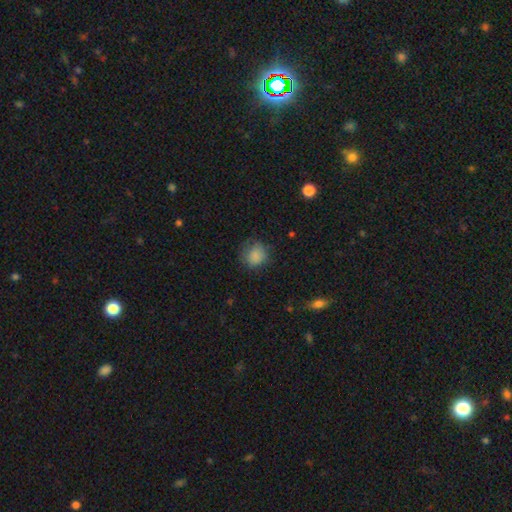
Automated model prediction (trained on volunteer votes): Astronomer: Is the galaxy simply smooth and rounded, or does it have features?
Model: smooth — 83%.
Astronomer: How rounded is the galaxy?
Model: round — 76%.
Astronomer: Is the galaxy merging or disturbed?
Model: none — 68%.